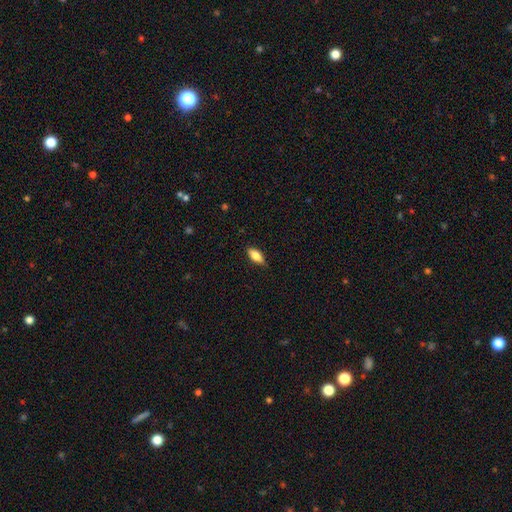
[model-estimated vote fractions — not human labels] Smooth or featured? Predicted: smooth (p=0.72). How rounded? Predicted: in between (p=0.81). Merging? Predicted: none (p=0.84).